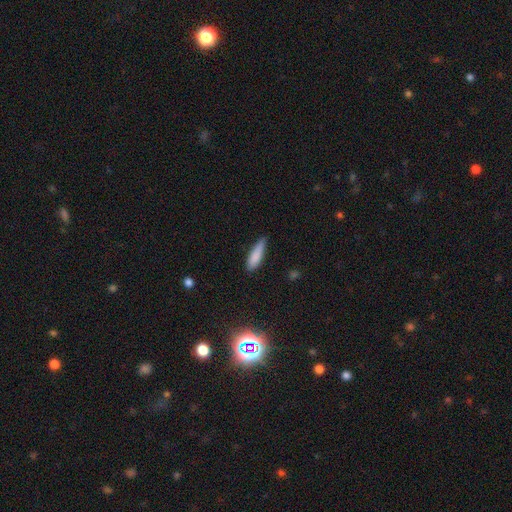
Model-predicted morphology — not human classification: This is clearly a smooth galaxy (84%). How rounded: likely cigar-shaped (62%). Merging: likely none (70%).